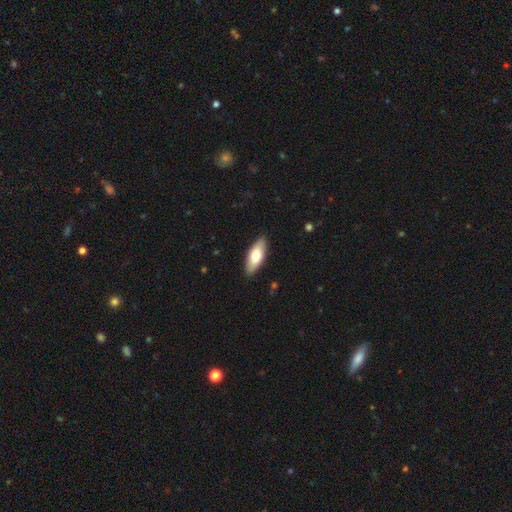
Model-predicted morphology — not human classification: Smooth or featured? Predicted: smooth (p=0.73). How rounded? Predicted: in between (p=0.75). Merging? Predicted: none (p=0.89).